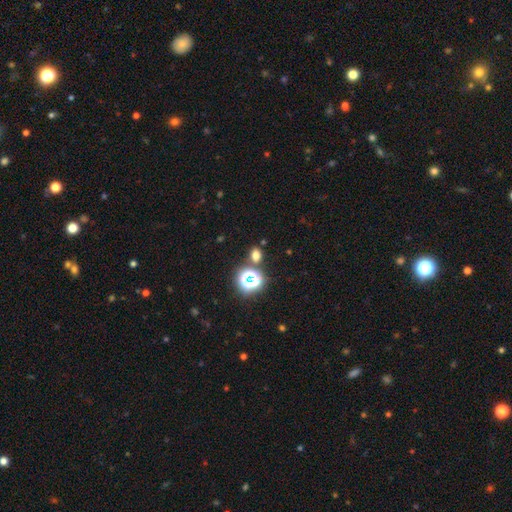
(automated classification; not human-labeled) Smooth or featured: smooth — 62% (star or artifact — 31%)
How rounded: round — 51% (in between — 48%)
Merging: none — 80% (minor disturbance — 8%)